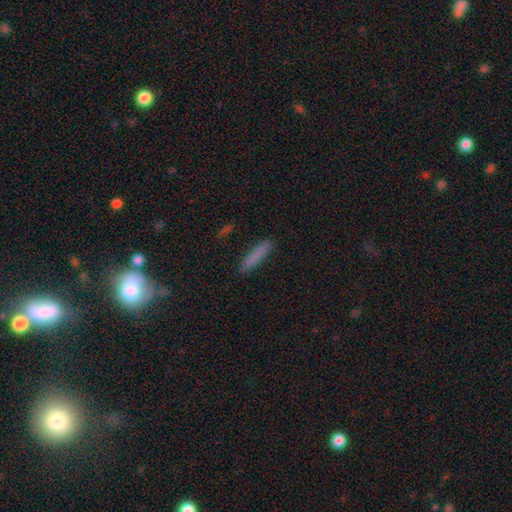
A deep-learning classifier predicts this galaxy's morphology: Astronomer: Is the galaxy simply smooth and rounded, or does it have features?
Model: smooth — 80%.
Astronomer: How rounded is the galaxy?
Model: cigar-shaped — 92%.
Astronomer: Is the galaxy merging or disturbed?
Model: none — 89%.